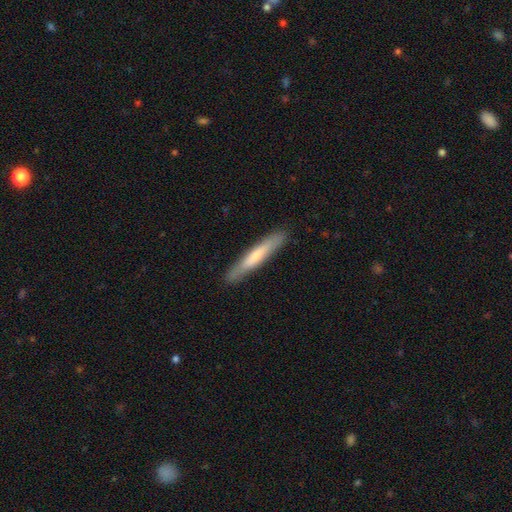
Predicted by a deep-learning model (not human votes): A smooth galaxy with no disk features (63%) that is cigar-shaped (93%). Merging: none (88%).